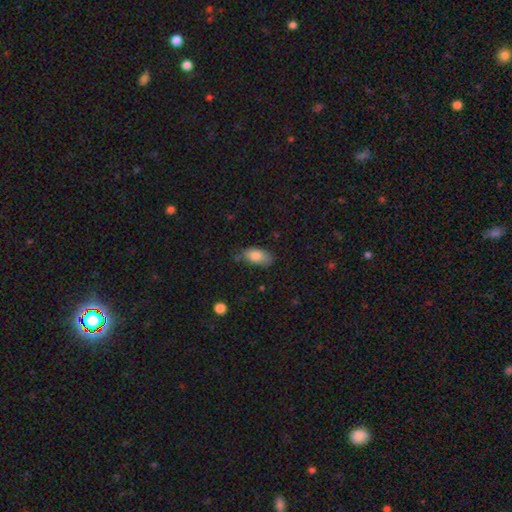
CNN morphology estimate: smooth-or-featured: smooth: 81% | featured or disk: 11% | star or artifact: 7%
  how-rounded: in between: 92% | round: 4% | cigar-shaped: 4%
  merging: none: 61% | minor disturbance: 30% | major disturbance: 6% | merger: 3%